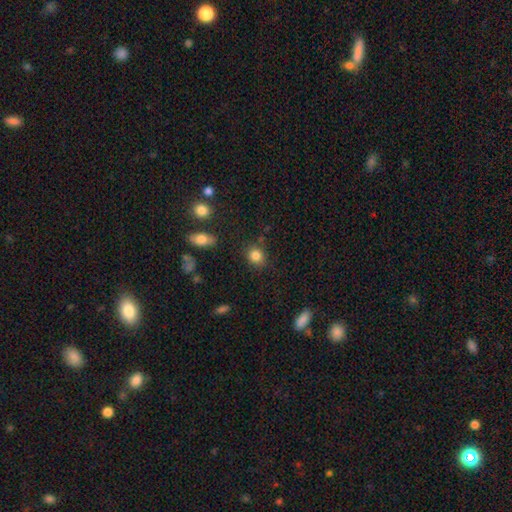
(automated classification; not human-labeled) smooth 85%, star or artifact 10%, featured or disk 6%. Down the decision tree: how rounded — round (72%); merging — none (82%).